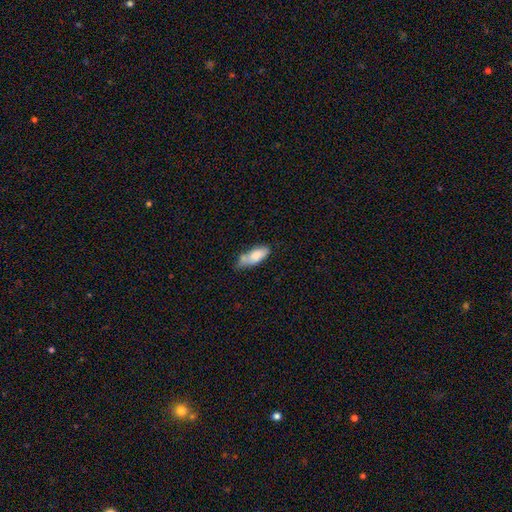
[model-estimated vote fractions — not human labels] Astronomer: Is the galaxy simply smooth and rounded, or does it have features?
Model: smooth — 78%.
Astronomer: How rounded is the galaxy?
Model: in between — 74%.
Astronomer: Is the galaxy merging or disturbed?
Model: none — 40% (runner-up: minor disturbance, 31%).